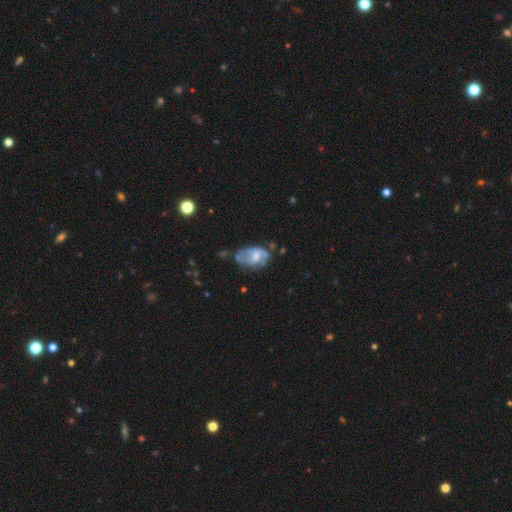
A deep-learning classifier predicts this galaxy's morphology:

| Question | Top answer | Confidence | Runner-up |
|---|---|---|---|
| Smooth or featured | featured or disk | 59% | smooth (33%) |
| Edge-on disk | no | 96% | yes (4%) |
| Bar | no | 54% | weak (39%) |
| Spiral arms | yes | 64% | no (36%) |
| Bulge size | moderate | 45% | small (40%) |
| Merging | none | 39% | minor disturbance (32%) |